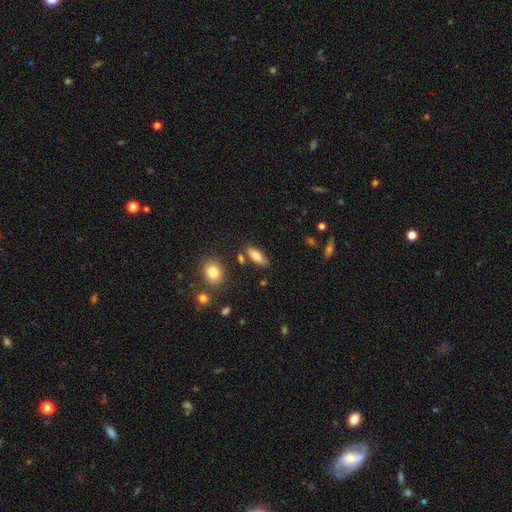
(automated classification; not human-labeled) smooth 76%, featured or disk 16%, star or artifact 8%. Down the decision tree: how rounded — in between (66%); merging — none (76%).